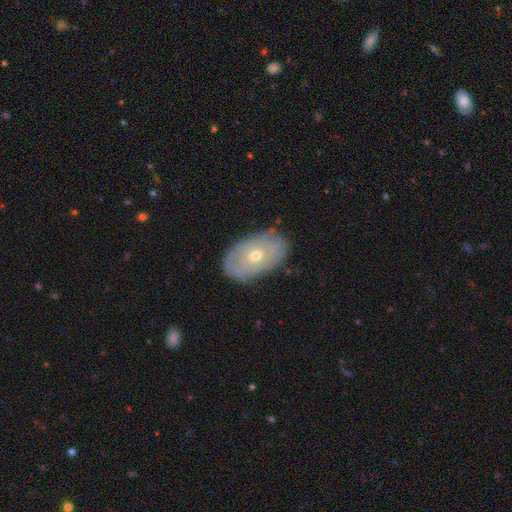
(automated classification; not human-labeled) Smooth or featured: featured or disk — 70% (smooth — 24%)
Edge-on disk: no — 93% (yes — 7%)
Bar: no — 79% (weak — 17%)
Spiral arms: yes — 67% (no — 33%)
Bulge size: moderate — 56% (small — 41%)
Merging: none — 78% (minor disturbance — 17%)